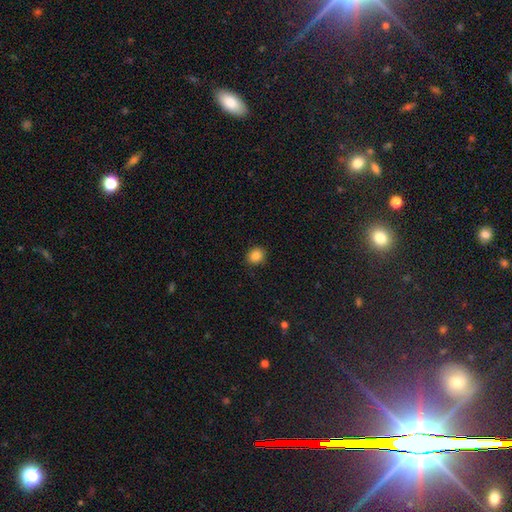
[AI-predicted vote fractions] Morphology: type=smooth (85%); roundness=round (79%); merging=none (90%).